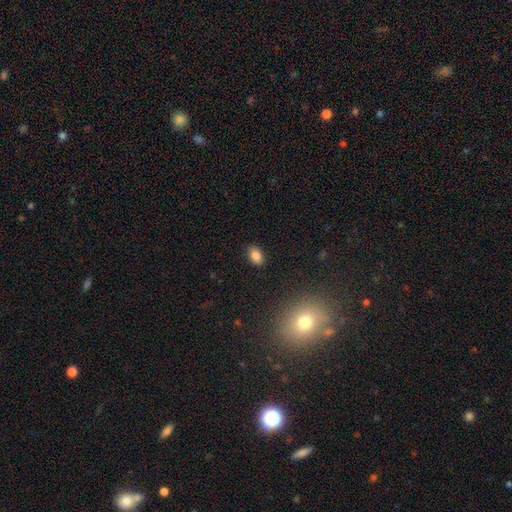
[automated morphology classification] smooth-or-featured: smooth: 85% | star or artifact: 10% | featured or disk: 5%
  how-rounded: in between: 87% | round: 11% | cigar-shaped: 2%
  merging: none: 87% | minor disturbance: 10% | major disturbance: 2% | merger: 1%